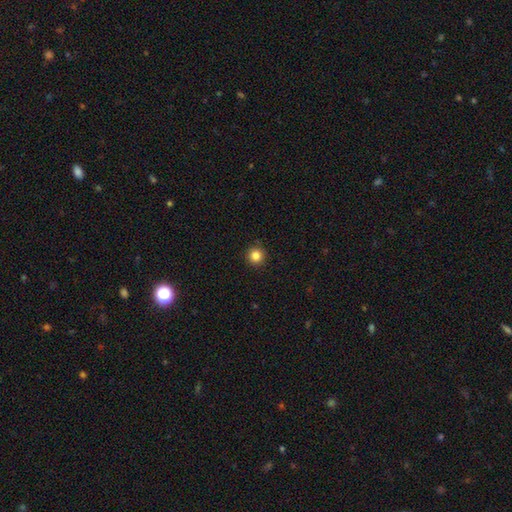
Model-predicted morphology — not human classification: smooth-or-featured: smooth: 84% | star or artifact: 12% | featured or disk: 4%
  how-rounded: round: 95% | in between: 4% | cigar-shaped: 1%
  merging: none: 92% | minor disturbance: 6% | major disturbance: 2% | merger: 1%